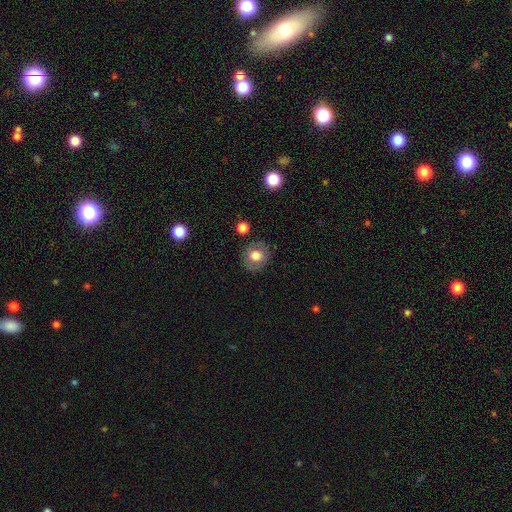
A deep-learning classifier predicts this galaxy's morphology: This appears to be a smooth galaxy with no disk features (67%) that is round (76%). Merging: none (84%).